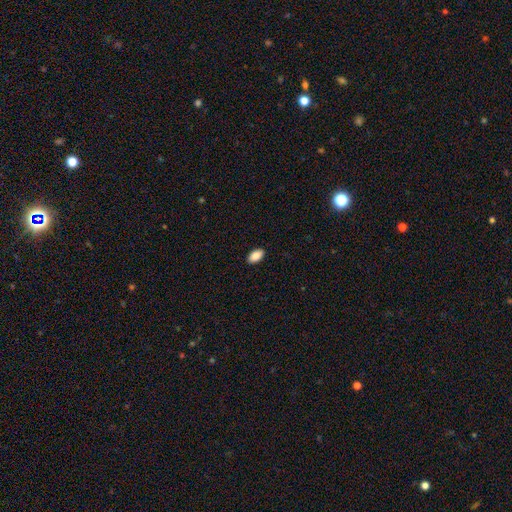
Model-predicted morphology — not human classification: A smooth galaxy with no disk features (89%) that is in between round and cigar-shaped (94%).

Vote fractions:
- Smooth or featured? smooth: 89% / star or artifact: 7% / featured or disk: 4%
- How rounded? in between: 94% / round: 4% / cigar-shaped: 2%
- Merging? none: 90% / minor disturbance: 7% / major disturbance: 2% / merger: 1%